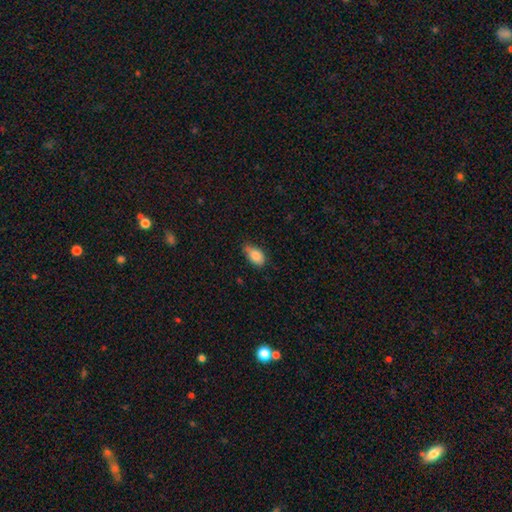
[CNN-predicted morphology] smooth 86%, star or artifact 8%, featured or disk 6%. Down the decision tree: how rounded — in between (90%); merging — none (54%).